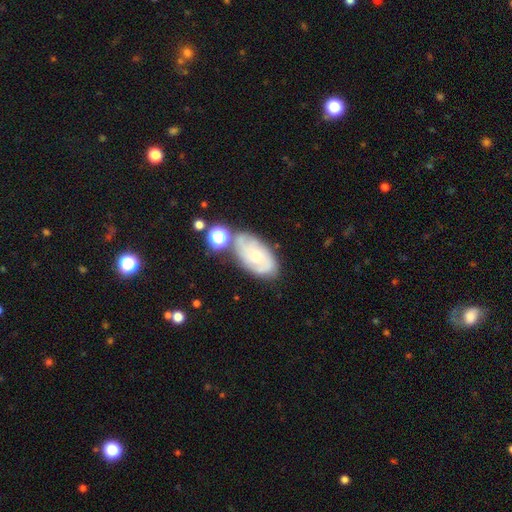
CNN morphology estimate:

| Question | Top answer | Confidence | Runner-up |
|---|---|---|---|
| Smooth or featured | featured or disk | 62% | smooth (29%) |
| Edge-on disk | no | 94% | yes (6%) |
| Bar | no | 77% | weak (19%) |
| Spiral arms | yes | 82% | no (18%) |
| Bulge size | small | 56% | moderate (39%) |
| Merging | none | 58% | minor disturbance (20%) |